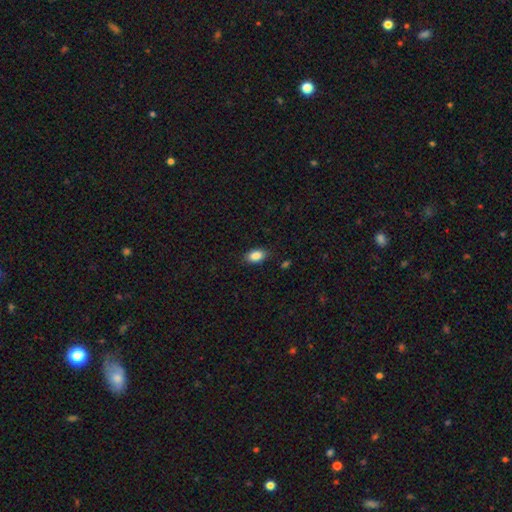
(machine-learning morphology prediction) This appears to be a smooth galaxy with no disk features (88%) that is in between round and cigar-shaped (90%). Merging: none (84%).